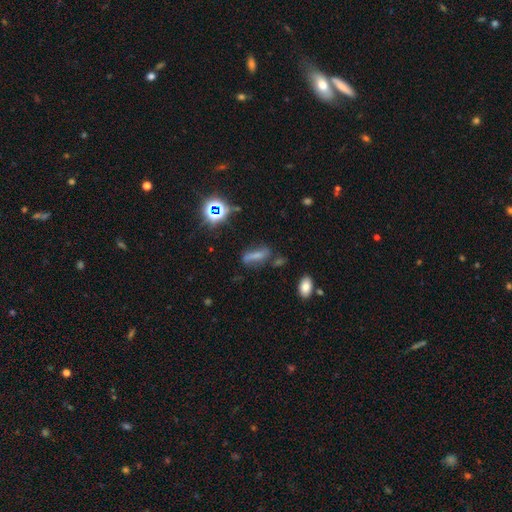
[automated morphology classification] Smooth or featured?
  - smooth: 49% *
  - featured or disk: 28%
  - star or artifact: 23%
Merging?
  - none: 55% *
  - minor disturbance: 24%
  - major disturbance: 14%
  - merger: 7%